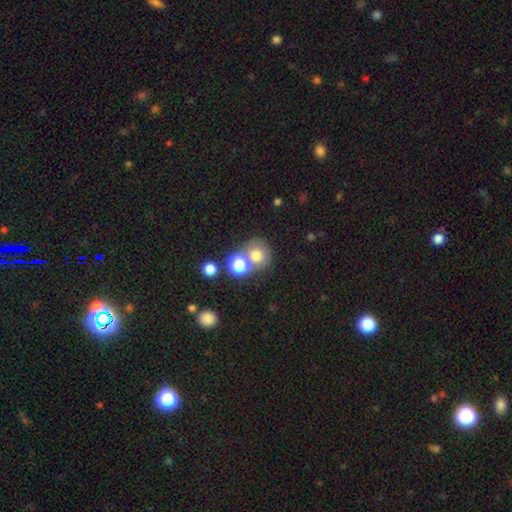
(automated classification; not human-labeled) A smooth galaxy with no disk features (74%) that is round (83%). Merging: none (48%).